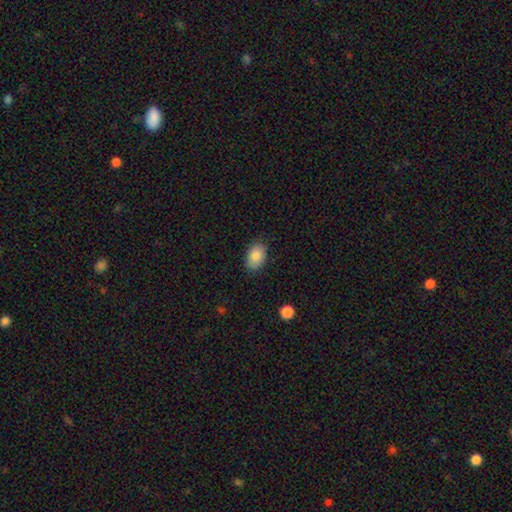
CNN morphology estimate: Smooth or featured: smooth — 83% (featured or disk — 9%)
How rounded: in between — 86% (round — 13%)
Merging: none — 85% (minor disturbance — 11%)